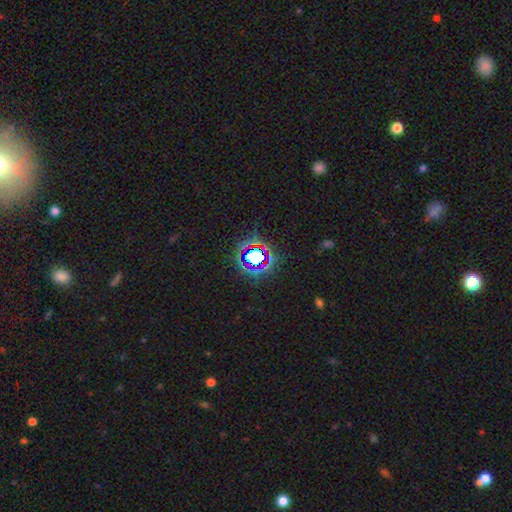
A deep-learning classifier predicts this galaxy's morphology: Q: Smooth or featured?
A: star or artifact (72%); runner-up: smooth (17%)